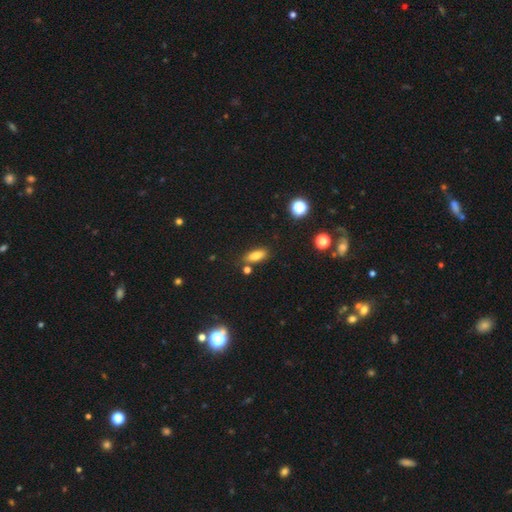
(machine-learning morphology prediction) smooth_or_featured: smooth (p=0.80) [alt: star or artifact p=0.10]
how_rounded: in between (p=0.76) [alt: cigar-shaped p=0.20]
merging: none (p=0.80) [alt: minor disturbance p=0.12]